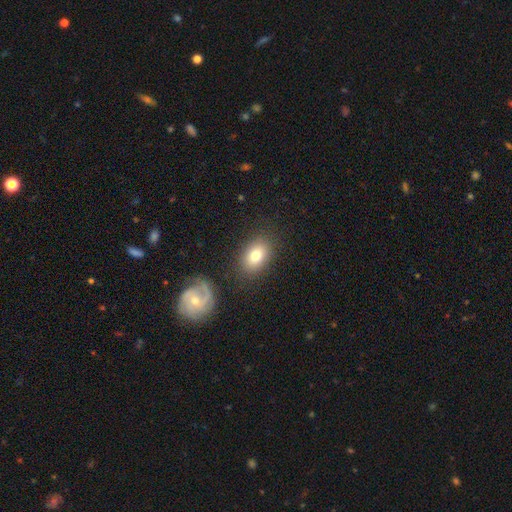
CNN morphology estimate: This is likely a smooth galaxy (77%). How rounded: likely in between (79%). Merging: clearly none (83%).